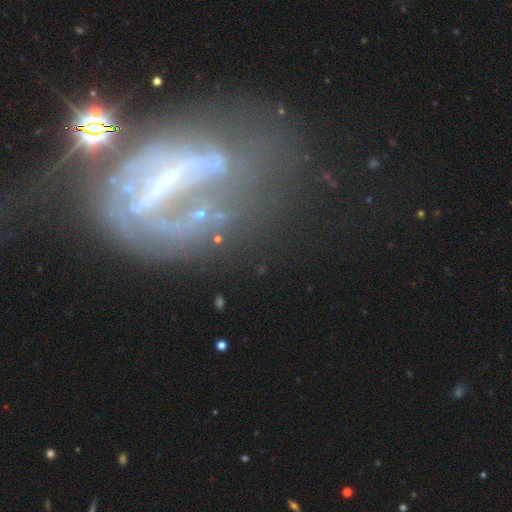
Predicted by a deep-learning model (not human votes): Smooth or featured? featured or disk (73%)
Edge-on disk? no (91%)
Bar? strong (51%)
Spiral arms? yes (52%)
Bulge size? small (47%)
Merging? major disturbance (38%)